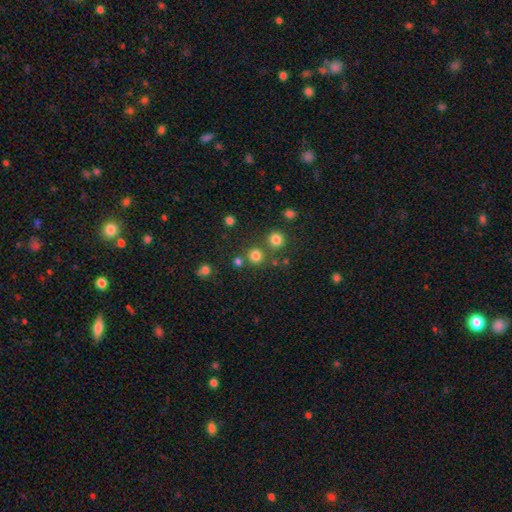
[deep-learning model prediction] Q: Smooth or featured?
A: smooth (78%); runner-up: star or artifact (17%)
Q: How rounded?
A: round (93%); runner-up: in between (6%)
Q: Merging?
A: none (77%); runner-up: merger (14%)